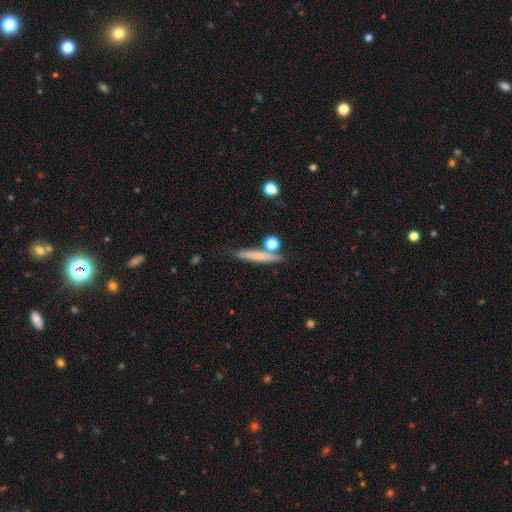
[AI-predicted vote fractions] Overall: smooth (60%; featured or disk 31%). How rounded: cigar-shaped (89%). Merging: none (75%).